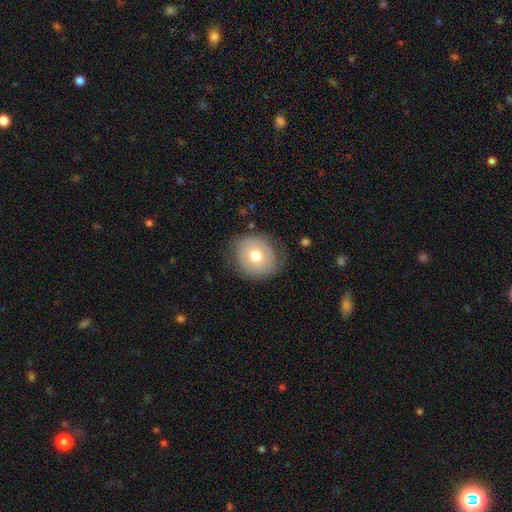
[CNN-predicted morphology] A smooth galaxy with no disk features (63%) that is round (80%).

Vote fractions:
- Smooth or featured? smooth: 63% / featured or disk: 29% / star or artifact: 8%
- How rounded? round: 80% / in between: 19% / cigar-shaped: 1%
- Merging? none: 75% / minor disturbance: 18% / major disturbance: 6% / merger: 1%